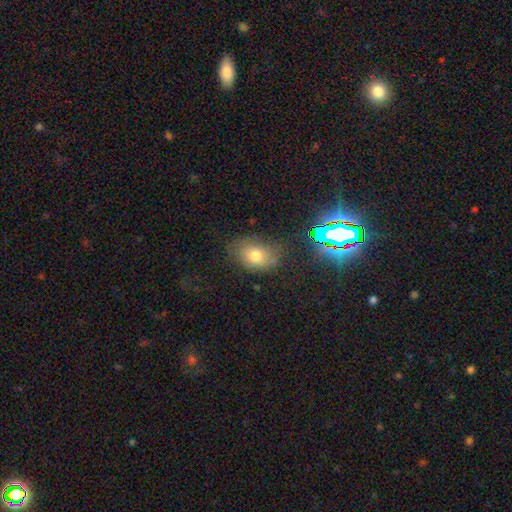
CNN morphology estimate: Smooth or featured? Predicted: smooth (p=0.71). How rounded? Predicted: in between (p=0.76). Merging? Predicted: none (p=0.68).